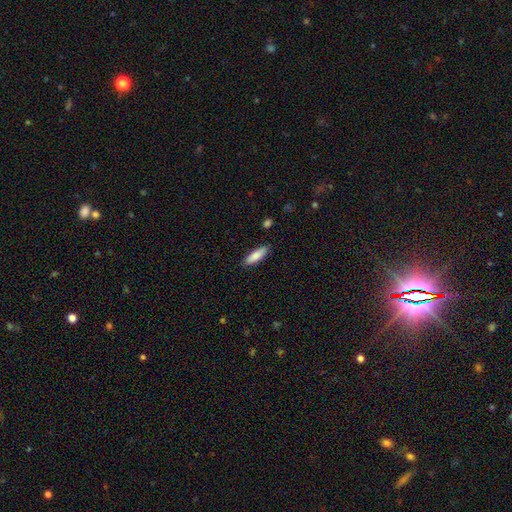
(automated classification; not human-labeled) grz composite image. It shows a smooth galaxy with no disk features (84%) that is cigar-shaped (51%). Merging: none (86%).